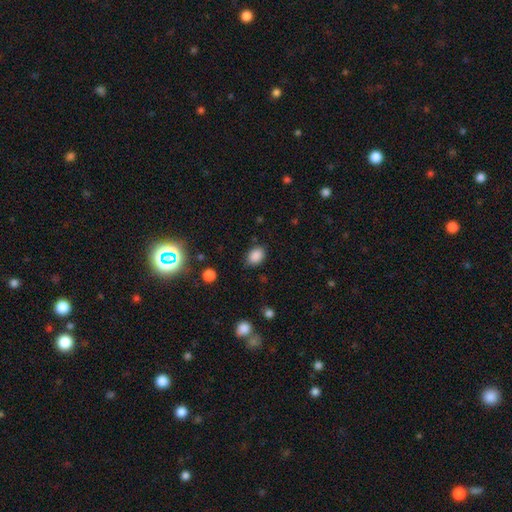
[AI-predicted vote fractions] Smooth or featured?
  - smooth: 86% *
  - star or artifact: 10%
  - featured or disk: 4%
How rounded?
  - in between: 69% *
  - round: 30%
  - cigar-shaped: 1%
Merging?
  - none: 80% *
  - minor disturbance: 15%
  - major disturbance: 4%
  - merger: 2%